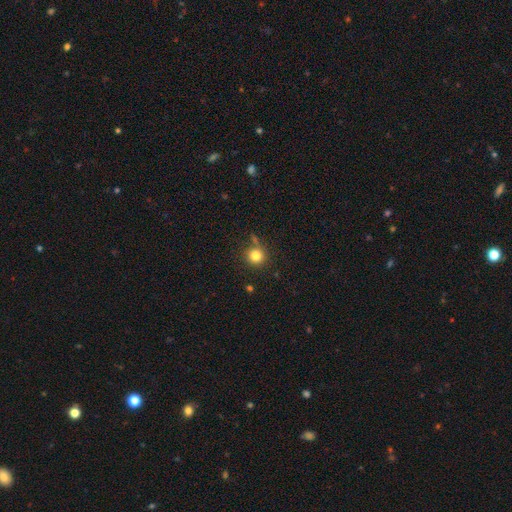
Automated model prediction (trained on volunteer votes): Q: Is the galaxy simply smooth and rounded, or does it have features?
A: smooth — 81%.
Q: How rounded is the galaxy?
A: round — 93%.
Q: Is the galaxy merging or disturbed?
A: none — 77%.